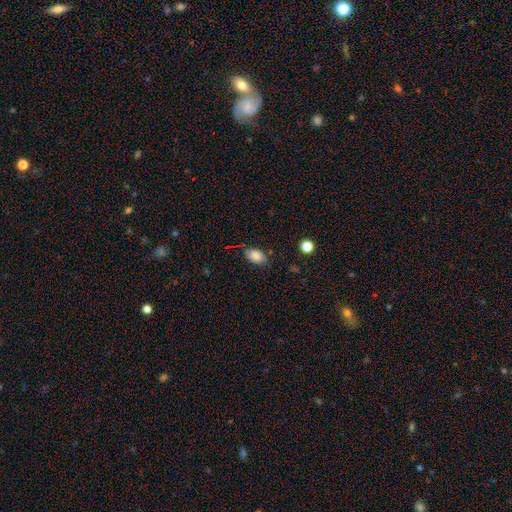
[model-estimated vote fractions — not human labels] Q: Smooth or featured?
A: smooth (82%); runner-up: star or artifact (9%)
Q: How rounded?
A: in between (89%); runner-up: round (9%)
Q: Merging?
A: none (69%); runner-up: minor disturbance (23%)